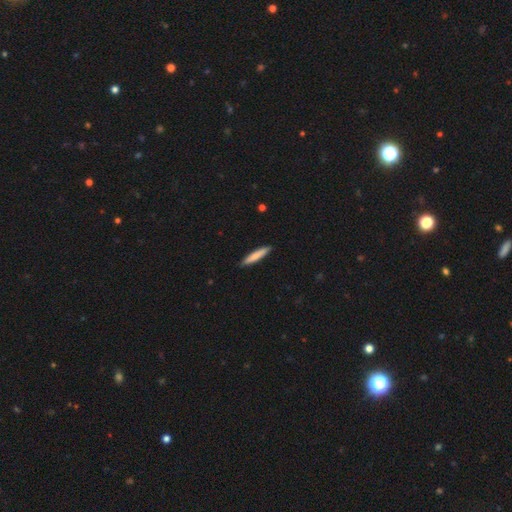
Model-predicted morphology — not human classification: Overall: smooth (77%). How rounded: cigar-shaped (92%). Merging: none (90%).